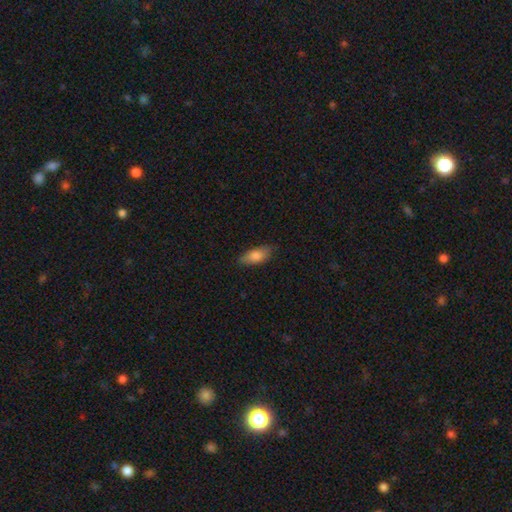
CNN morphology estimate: smooth_or_featured: smooth (p=0.82) [alt: featured or disk p=0.12]
how_rounded: in between (p=0.84) [alt: cigar-shaped p=0.14]
merging: none (p=0.80) [alt: minor disturbance p=0.16]